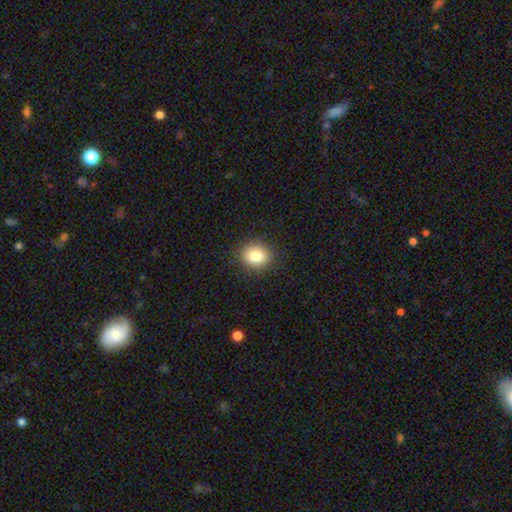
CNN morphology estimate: Smooth or featured: smooth — 82% (star or artifact — 10%)
How rounded: round — 69% (in between — 30%)
Merging: none — 88% (minor disturbance — 8%)